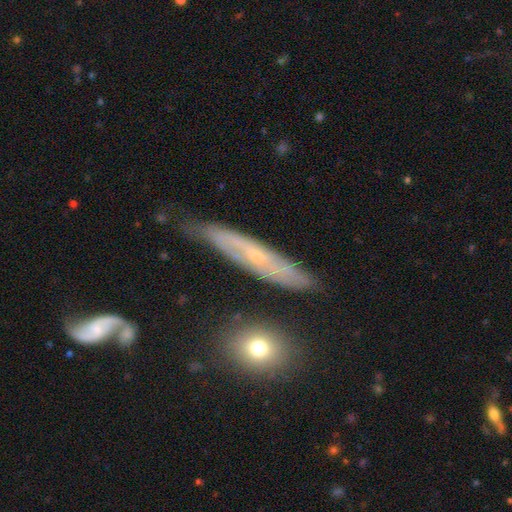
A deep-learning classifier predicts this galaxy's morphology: Smooth or featured: featured or disk — 70% (smooth — 22%)
Edge-on disk: yes — 53% (no — 47%)
Merging: none — 68% (minor disturbance — 23%)